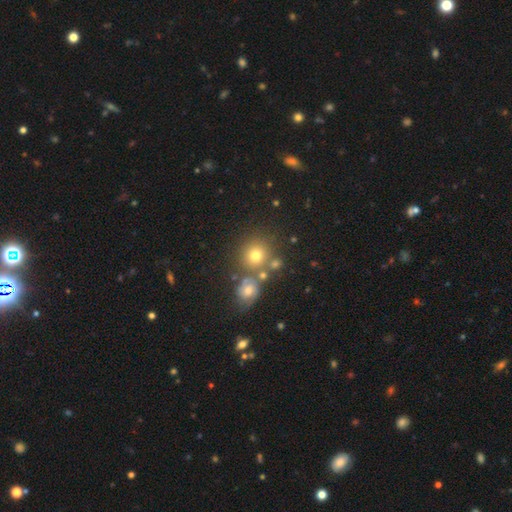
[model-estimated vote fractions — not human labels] This is likely a smooth galaxy (71%). How rounded: clearly round (85%). Merging: likely none (64%).